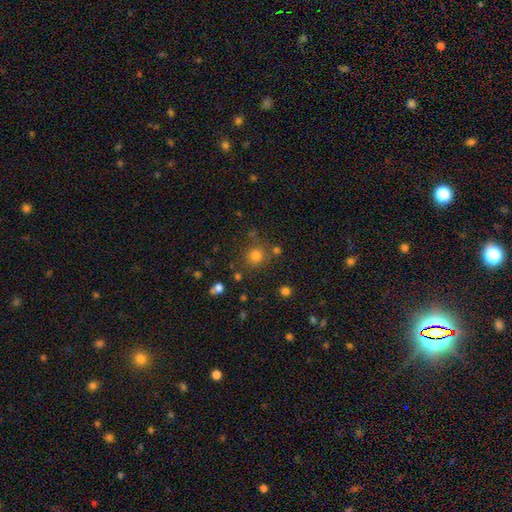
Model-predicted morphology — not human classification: type=smooth (76%); roundness=round (91%); merging=none (76%).